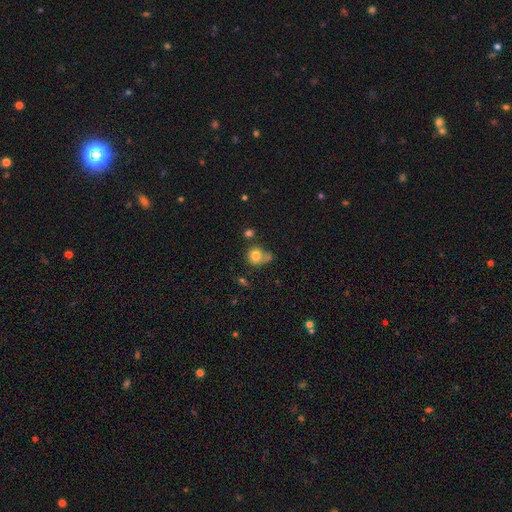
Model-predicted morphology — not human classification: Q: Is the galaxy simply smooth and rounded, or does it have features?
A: smooth — 79%.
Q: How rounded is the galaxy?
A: round — 84%.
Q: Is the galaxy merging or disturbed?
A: none — 52%.